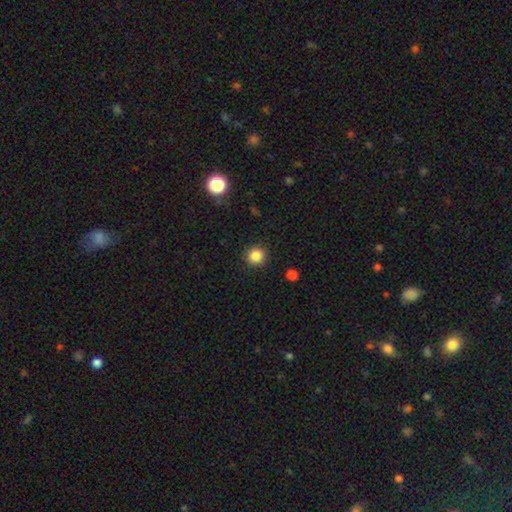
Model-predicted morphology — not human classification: This appears to be a smooth galaxy with no disk features (85%) that is round (94%). Merging: none (90%).